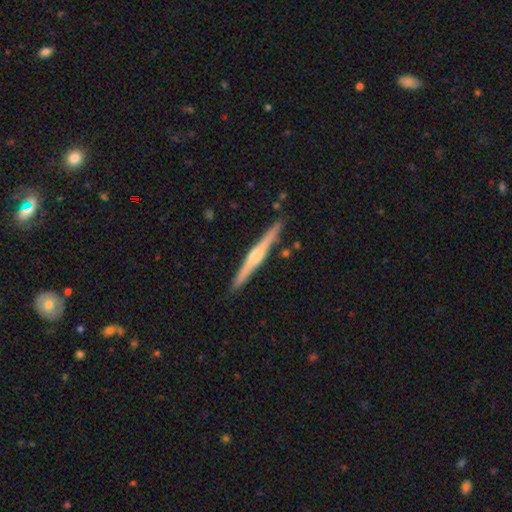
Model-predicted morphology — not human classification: The model was most divided on "smooth or featured": featured or disk: 71%, smooth: 24%, star or artifact: 5%. More confident: edge-on disk — yes (98%); merging — none (89%); edge-on bulge — rounded (78%).